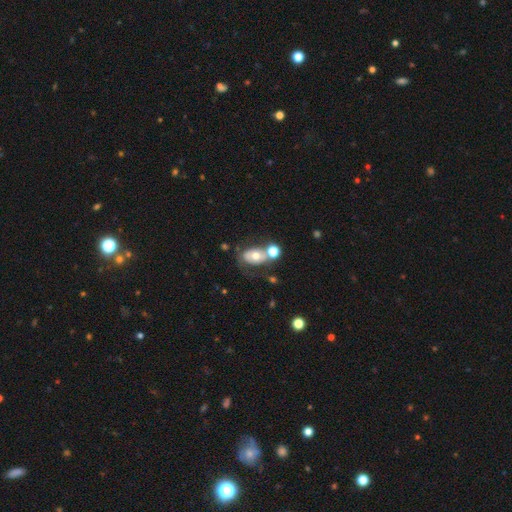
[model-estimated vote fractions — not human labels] Q: Smooth or featured?
A: smooth (54%); runner-up: featured or disk (36%)
Q: How rounded?
A: in between (80%); runner-up: round (19%)
Q: Merging?
A: none (40%); runner-up: merger (33%)